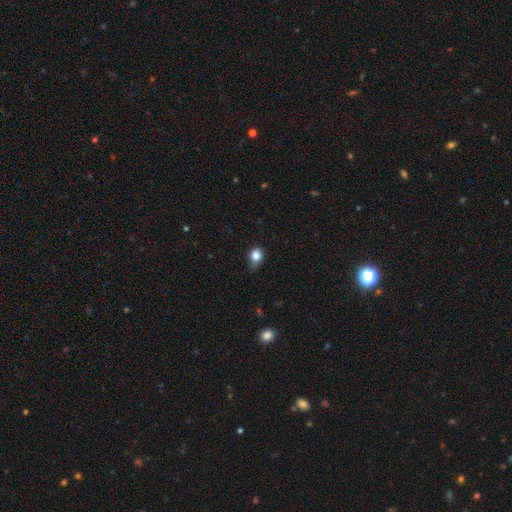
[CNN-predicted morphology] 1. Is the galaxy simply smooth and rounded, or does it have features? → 83% smooth, 10% star or artifact, 7% featured or disk.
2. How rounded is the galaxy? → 59% round, 40% in between, 1% cigar-shaped.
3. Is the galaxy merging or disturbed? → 48% none, 39% minor disturbance, 11% major disturbance, 2% merger.